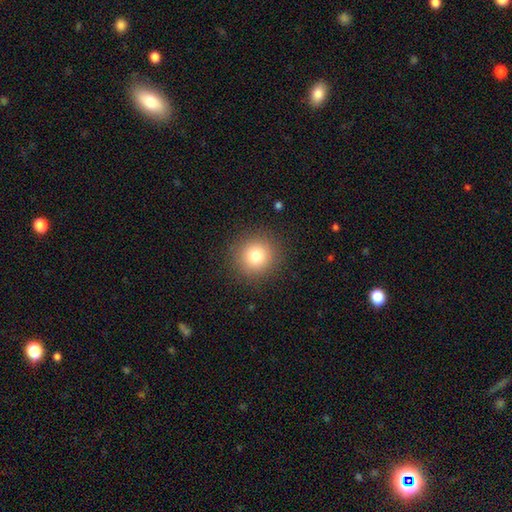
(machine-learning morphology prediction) type=smooth (79%); roundness=round (93%); merging=none (89%).